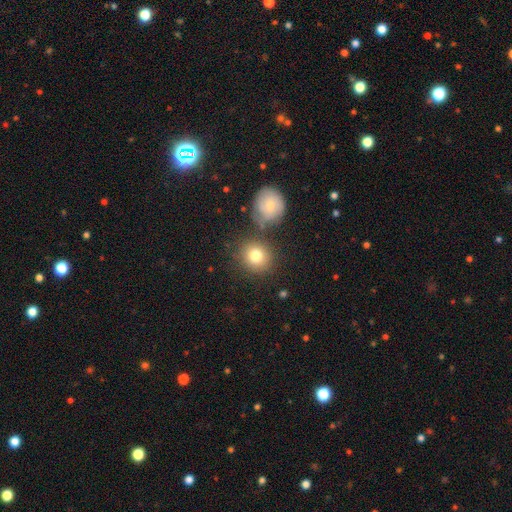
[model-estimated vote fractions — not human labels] A smooth galaxy with no disk features (81%) that is round (87%).

Vote fractions:
- Smooth or featured? smooth: 81% / star or artifact: 10% / featured or disk: 10%
- How rounded? round: 87% / in between: 12% / cigar-shaped: 1%
- Merging? none: 76% / minor disturbance: 10% / merger: 10% / major disturbance: 4%